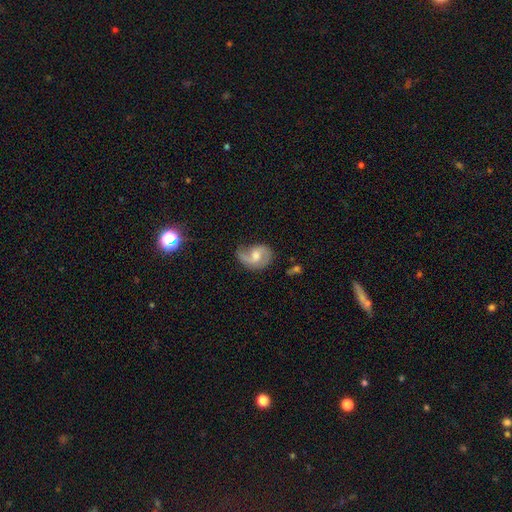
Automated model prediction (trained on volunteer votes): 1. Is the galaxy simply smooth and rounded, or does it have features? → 74% featured or disk, 20% smooth, 6% star or artifact.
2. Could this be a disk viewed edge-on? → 98% no, 2% yes.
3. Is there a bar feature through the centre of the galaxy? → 48% no, 45% weak, 8% strong.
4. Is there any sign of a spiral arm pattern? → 93% yes, 7% no.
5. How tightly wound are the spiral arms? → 43% medium, 42% loose, 15% tight.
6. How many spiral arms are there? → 67% 2, 26% 1, 5% can't tell, 1% 3, 1% 4, 1% more than 4.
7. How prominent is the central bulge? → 62% moderate, 22% small, 10% large, 5% none, 1% dominant.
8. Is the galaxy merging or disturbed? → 52% none, 29% minor disturbance, 16% major disturbance, 3% merger.